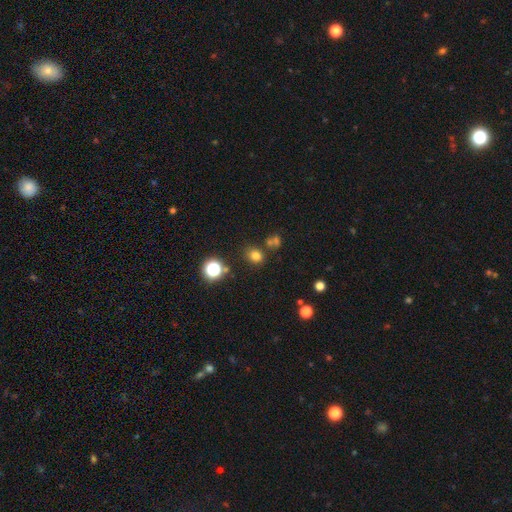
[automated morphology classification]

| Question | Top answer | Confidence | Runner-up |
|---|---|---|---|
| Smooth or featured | smooth | 74% | star or artifact (19%) |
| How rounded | round | 69% | in between (30%) |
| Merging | none | 75% | merger (11%) |